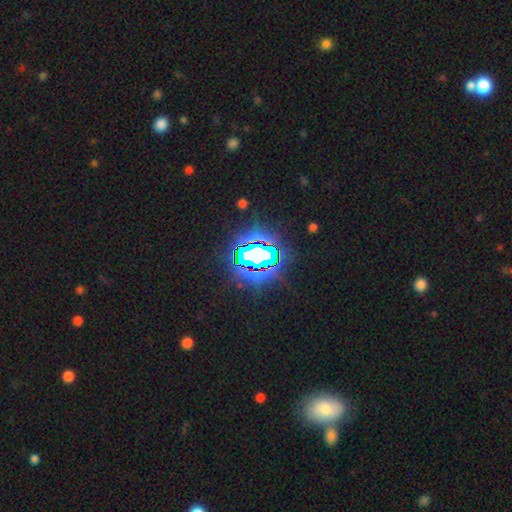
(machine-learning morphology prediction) star or artifact 76%, smooth 12%, featured or disk 11%.